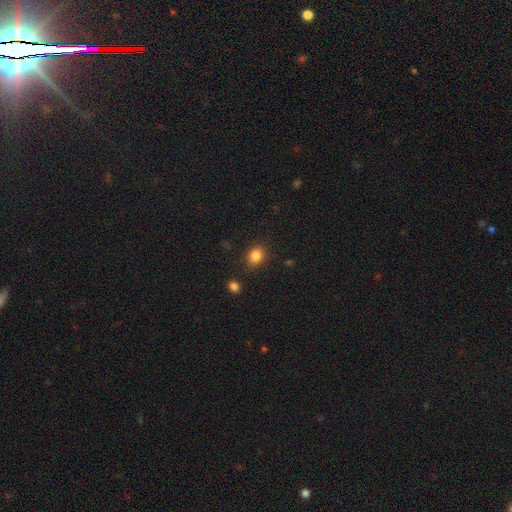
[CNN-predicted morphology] The model was most divided on "how rounded": round: 55%, in between: 44%, cigar-shaped: 1%. More confident: merging — none (85%); smooth or featured — smooth (84%).